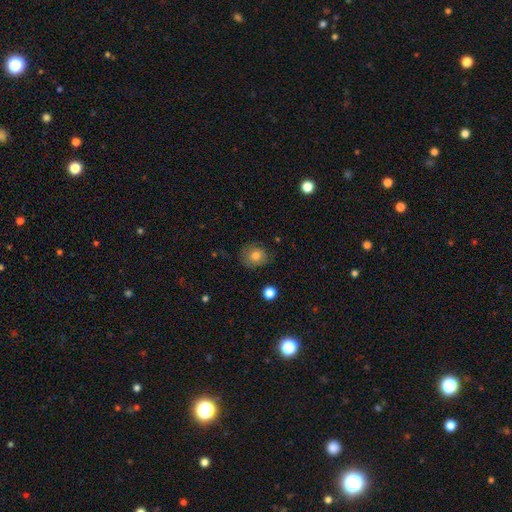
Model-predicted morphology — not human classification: Smooth or featured? Predicted: smooth (p=0.78). How rounded? Predicted: round (p=0.76). Merging? Predicted: none (p=0.75).